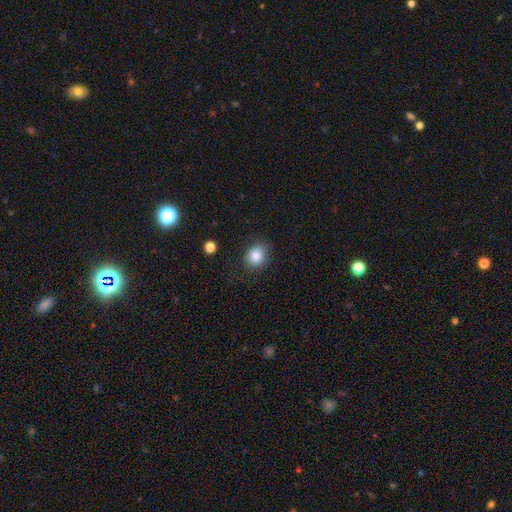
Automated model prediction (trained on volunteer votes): smooth 85%, star or artifact 9%, featured or disk 6%. Down the decision tree: how rounded — round (58%); merging — none (82%).